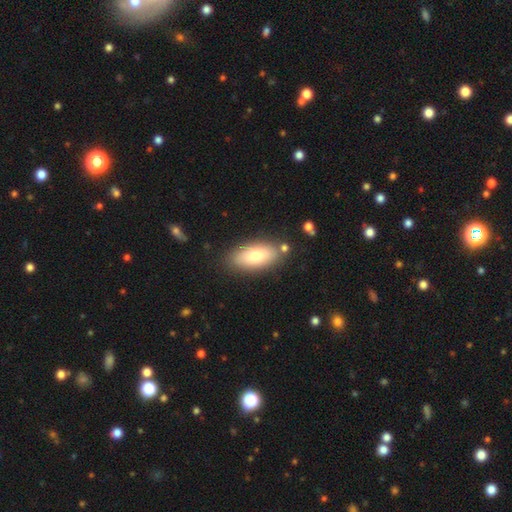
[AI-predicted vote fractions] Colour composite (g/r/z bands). It shows a smooth galaxy with no disk features (76%) that is in between round and cigar-shaped (88%). Merging: none (80%).